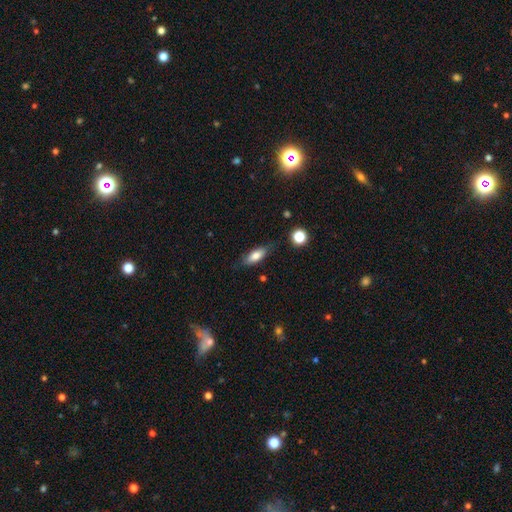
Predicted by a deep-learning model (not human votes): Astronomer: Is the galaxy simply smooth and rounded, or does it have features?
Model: smooth — 77%.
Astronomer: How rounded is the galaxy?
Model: in between — 73%.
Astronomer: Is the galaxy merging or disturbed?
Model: none — 77%.